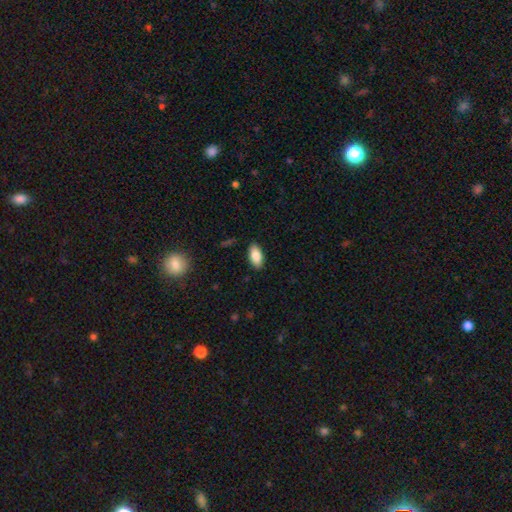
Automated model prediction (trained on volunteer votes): smooth_or_featured: smooth (p=0.86) [alt: featured or disk p=0.07]
how_rounded: in between (p=0.92) [alt: cigar-shaped p=0.06]
merging: none (p=0.88) [alt: minor disturbance p=0.09]